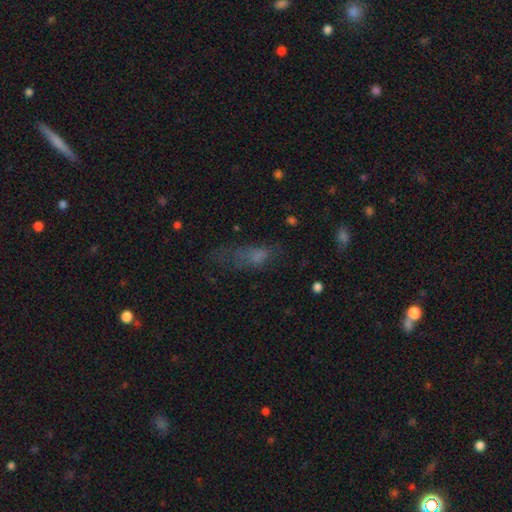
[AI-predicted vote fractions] Q: Smooth or featured?
A: smooth (58%); runner-up: featured or disk (23%)
Q: How rounded?
A: in between (59%); runner-up: cigar-shaped (35%)
Q: Merging?
A: none (39%); runner-up: major disturbance (32%)